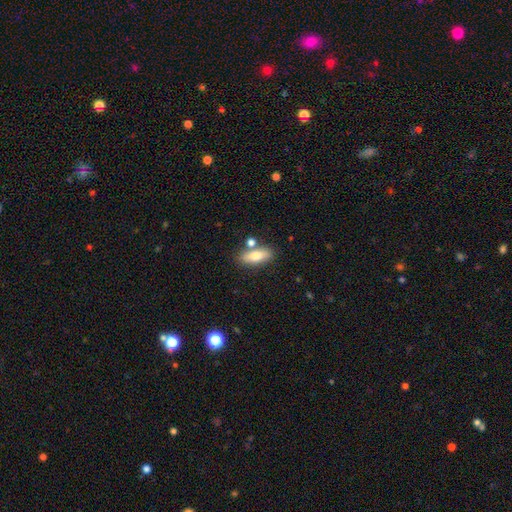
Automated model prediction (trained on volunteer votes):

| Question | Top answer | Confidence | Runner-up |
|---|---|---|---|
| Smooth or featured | smooth | 71% | featured or disk (22%) |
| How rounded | in between | 71% | cigar-shaped (25%) |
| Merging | none | 73% | merger (13%) |